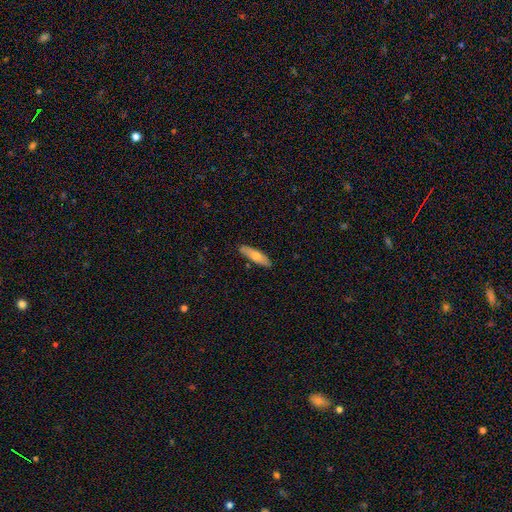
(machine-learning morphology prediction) smooth_or_featured: smooth (p=0.66) [alt: featured or disk p=0.28]
how_rounded: cigar-shaped (p=0.66) [alt: in between p=0.32]
merging: none (p=0.87) [alt: minor disturbance p=0.09]